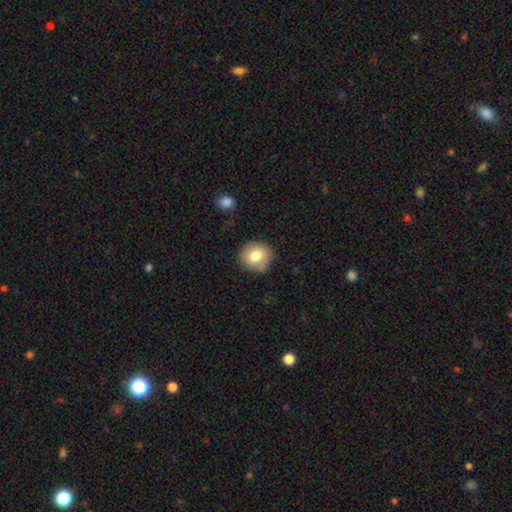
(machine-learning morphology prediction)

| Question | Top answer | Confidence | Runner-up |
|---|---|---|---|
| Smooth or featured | smooth | 78% | featured or disk (14%) |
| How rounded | round | 83% | in between (16%) |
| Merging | none | 82% | minor disturbance (12%) |